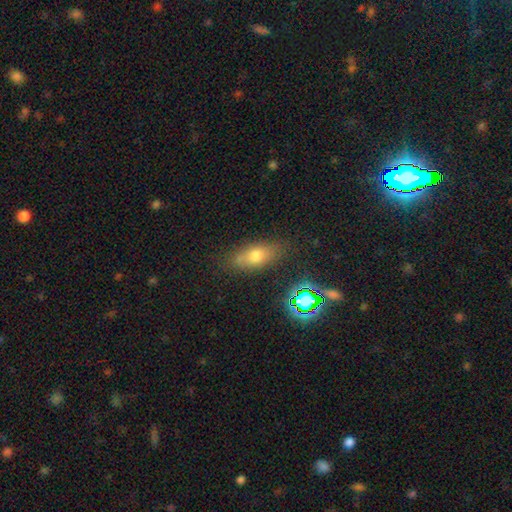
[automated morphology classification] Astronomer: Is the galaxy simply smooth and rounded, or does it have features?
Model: smooth — 65%.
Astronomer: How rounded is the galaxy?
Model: in between — 72%.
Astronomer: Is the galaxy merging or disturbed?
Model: none — 77%.